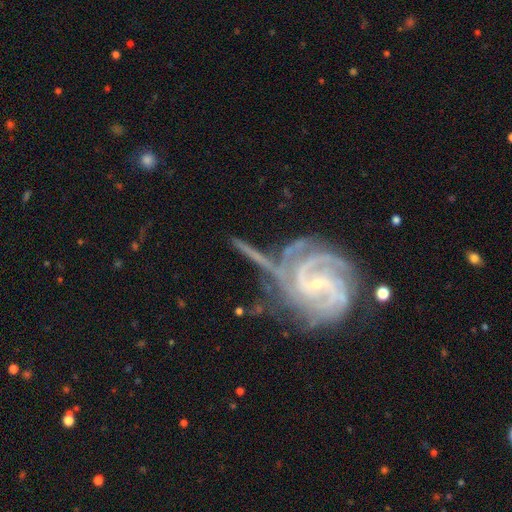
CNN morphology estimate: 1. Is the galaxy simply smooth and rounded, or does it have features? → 88% featured or disk, 7% star or artifact, 5% smooth.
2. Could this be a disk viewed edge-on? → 95% no, 5% yes.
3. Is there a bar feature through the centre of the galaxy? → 39% weak, 35% no, 26% strong.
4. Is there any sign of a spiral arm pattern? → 97% yes, 3% no.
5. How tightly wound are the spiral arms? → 57% tight, 35% medium, 8% loose.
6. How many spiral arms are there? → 34% 2, 27% 3, 15% can't tell, 11% 4, 6% more than 4, 6% 1.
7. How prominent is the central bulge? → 83% small, 12% moderate, 2% none, 1% large, 1% dominant.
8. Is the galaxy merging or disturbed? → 40% none, 25% merger, 20% minor disturbance, 16% major disturbance.